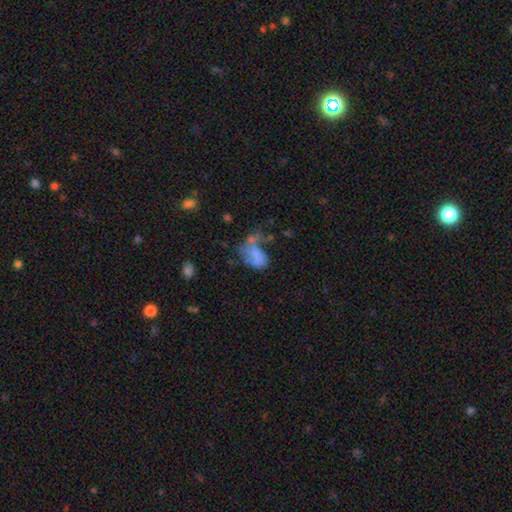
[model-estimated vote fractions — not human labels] Smooth or featured? smooth (58%)
How rounded? in between (86%)
Merging? major disturbance (36%)